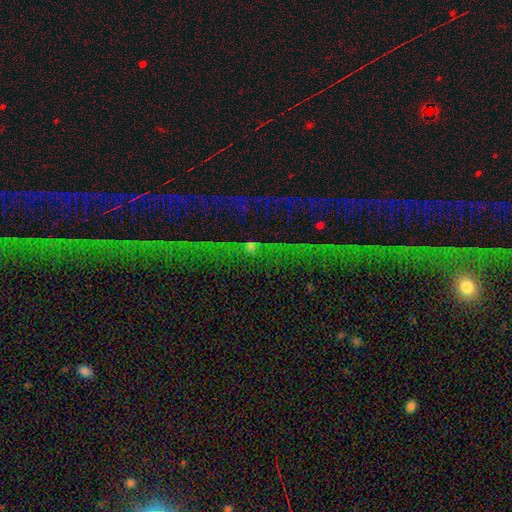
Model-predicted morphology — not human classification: Q: Smooth or featured?
A: star or artifact (83%); runner-up: featured or disk (10%)